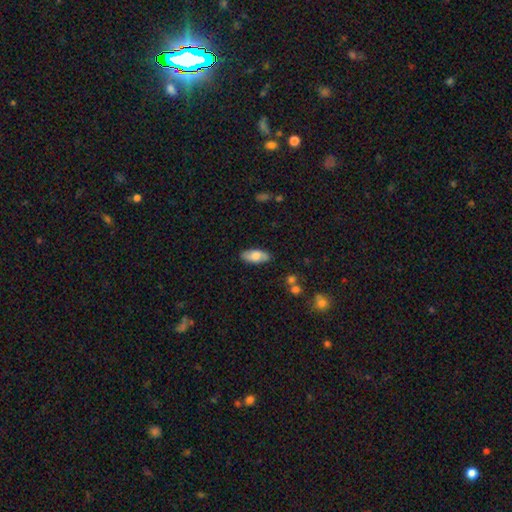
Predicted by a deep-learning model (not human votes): Morphology: type=smooth (68%); roundness=in between (90%); merging=none (86%).